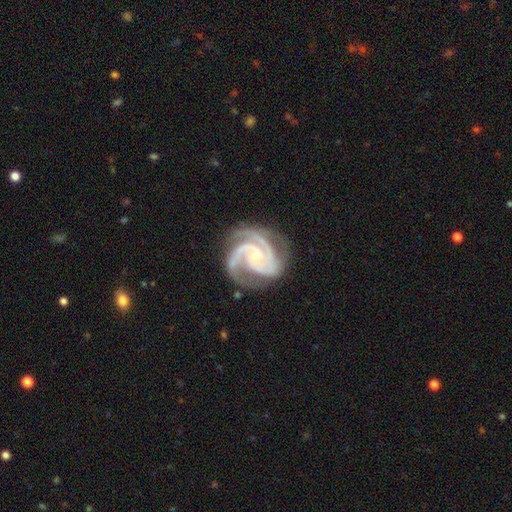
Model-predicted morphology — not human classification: Smooth or featured: featured or disk — 94% (star or artifact — 4%)
Edge-on disk: no — 98% (yes — 2%)
Bar: no — 64% (weak — 27%)
Spiral arms: yes — 99% (no — 1%)
Spiral winding: tight — 56% (medium — 40%)
Spiral arm count: 3 — 68% (2 — 16%)
Bulge size: small — 73% (moderate — 23%)
Merging: none — 72% (minor disturbance — 19%)